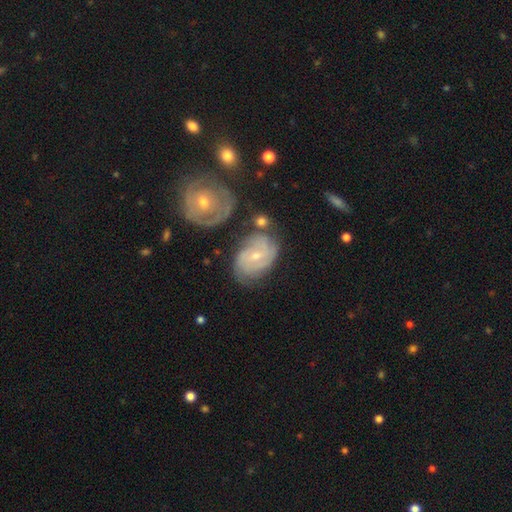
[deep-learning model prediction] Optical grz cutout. It shows a featured or disk galaxy (78%) with a weak bar (46%), tight (58%) spiral arms (92%) and a small central bulge (62%). Merging: none (62%).